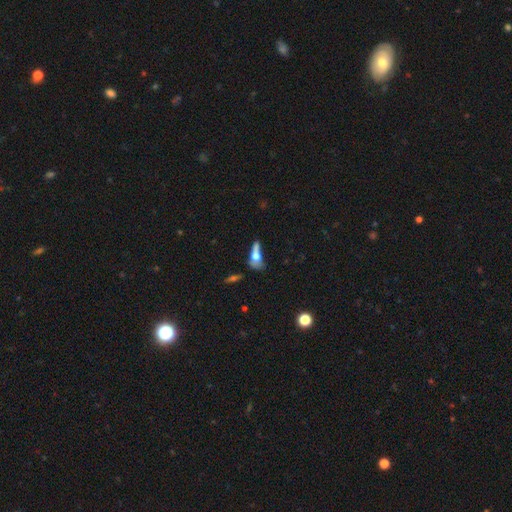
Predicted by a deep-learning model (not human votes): This appears to be a smooth galaxy with no disk features (55%) that is in between round and cigar-shaped (65%). Merging: major disturbance (35%).